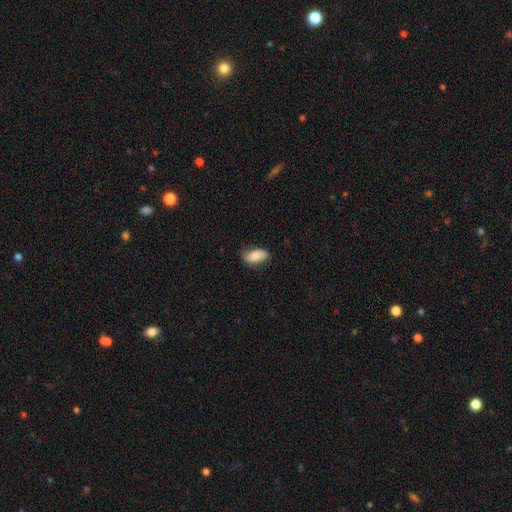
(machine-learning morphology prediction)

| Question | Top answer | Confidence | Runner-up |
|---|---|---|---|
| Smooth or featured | smooth | 73% | featured or disk (20%) |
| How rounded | in between | 91% | cigar-shaped (5%) |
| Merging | none | 69% | minor disturbance (24%) |